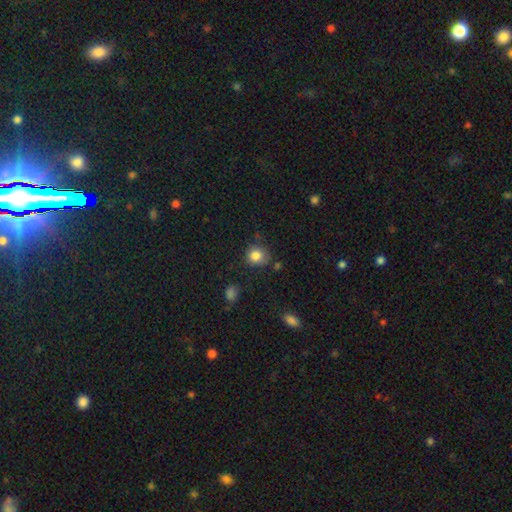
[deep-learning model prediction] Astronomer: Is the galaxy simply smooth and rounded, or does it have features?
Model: smooth — 83%.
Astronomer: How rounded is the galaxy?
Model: round — 80%.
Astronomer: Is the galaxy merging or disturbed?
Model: none — 74%.